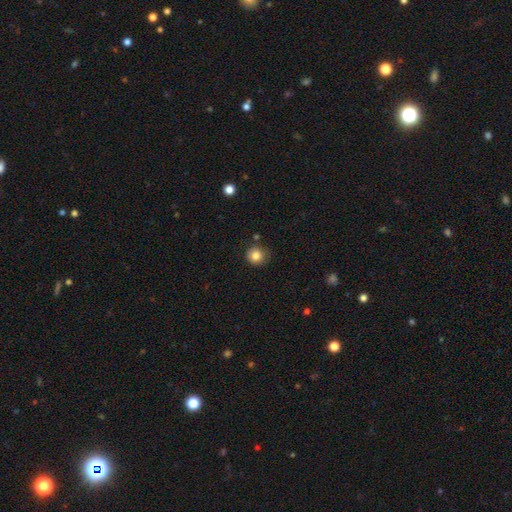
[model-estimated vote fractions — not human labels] Smooth or featured? Predicted: smooth (p=0.83). How rounded? Predicted: round (p=0.89). Merging? Predicted: none (p=0.78).